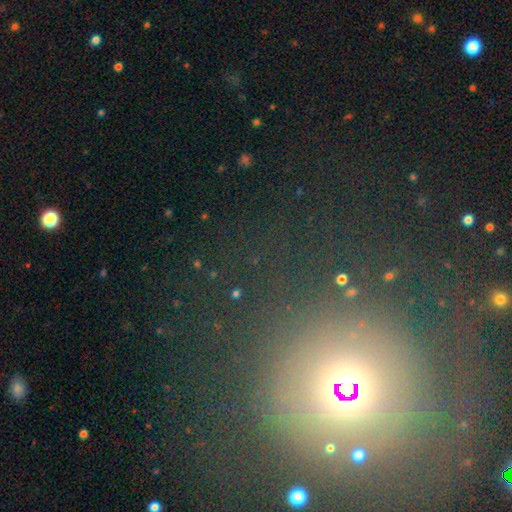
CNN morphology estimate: Smooth or featured? star or artifact (50%)